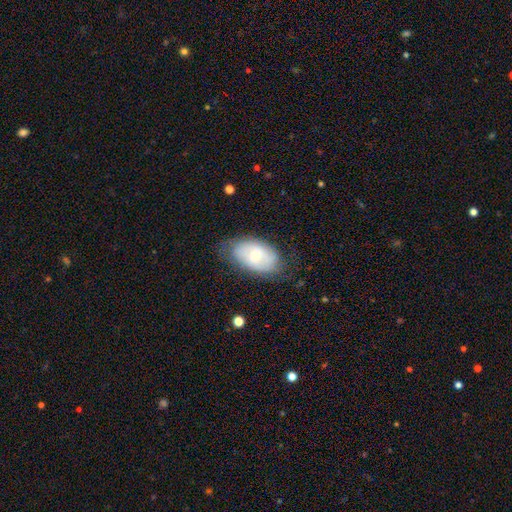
Morphology: type=smooth (56%); roundness=in between (86%); merging=none (62%).